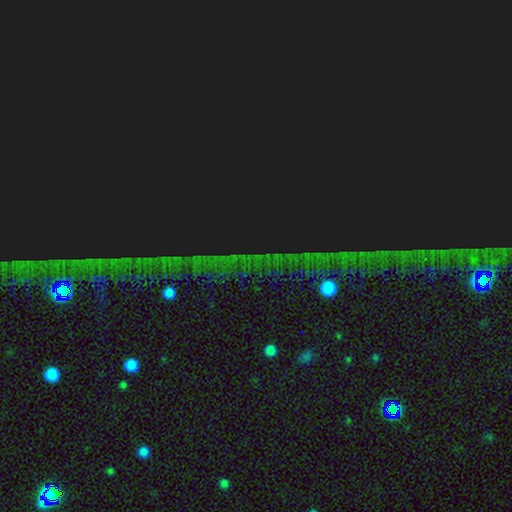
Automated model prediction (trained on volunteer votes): Q: Smooth or featured?
A: star or artifact (84%); runner-up: smooth (8%)